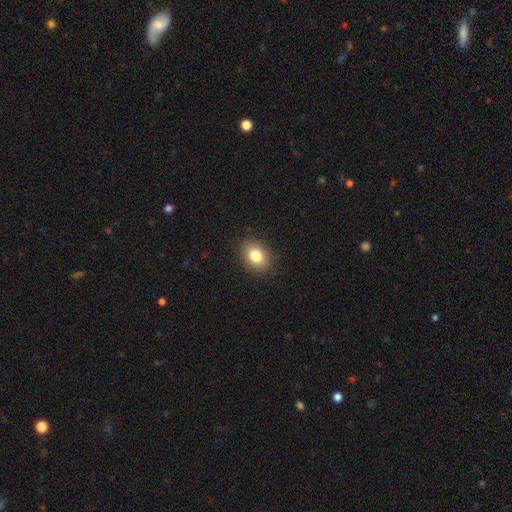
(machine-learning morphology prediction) This is clearly a smooth galaxy (82%). How rounded: likely in between (70%). Merging: clearly none (88%).